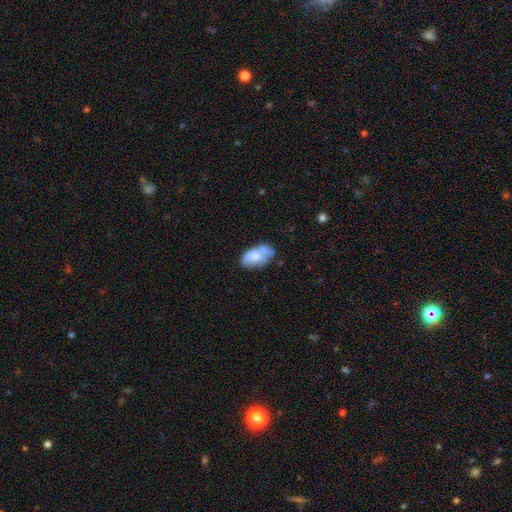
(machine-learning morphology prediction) Smooth or featured? smooth (58%)
How rounded? in between (93%)
Merging? none (49%)